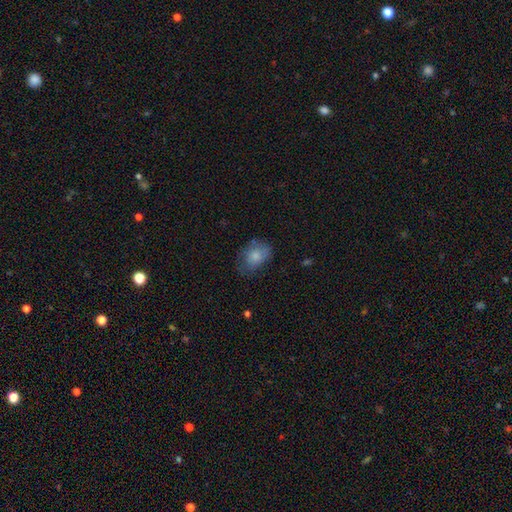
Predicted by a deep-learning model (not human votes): smooth_or_featured: smooth (p=0.78) [alt: featured or disk p=0.14]
how_rounded: in between (p=0.74) [alt: round p=0.25]
merging: none (p=0.54) [alt: minor disturbance p=0.31]